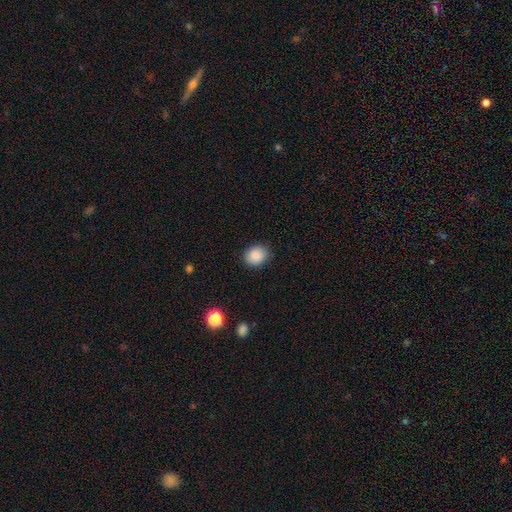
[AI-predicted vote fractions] Smooth or featured? Predicted: smooth (p=0.88). How rounded? Predicted: round (p=0.62). Merging? Predicted: none (p=0.88).